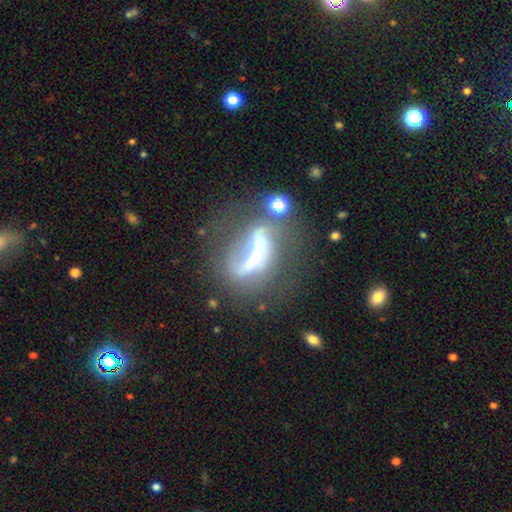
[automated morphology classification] A featured or disk galaxy (65%) with a strong bar (63%), no spiral arms (52%) and no central bulge (38%).

Vote fractions:
- Smooth or featured? featured or disk: 65% / smooth: 23% / star or artifact: 12%
- Edge-on disk? no: 80% / yes: 20%
- Bar? strong: 63% / no: 22% / weak: 15%
- Spiral arms? no: 52% / yes: 48%
- Bulge size? none: 38% / moderate: 24% / small: 19% / large: 12% / dominant: 8%
- Merging? none: 33% / major disturbance: 31% / merger: 18% / minor disturbance: 18%